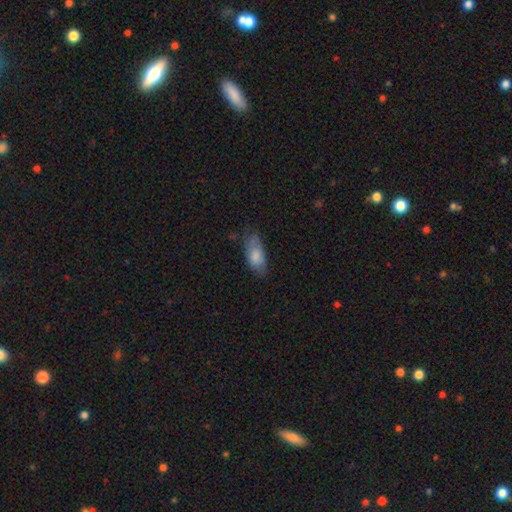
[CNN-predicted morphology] A smooth galaxy with no disk features (80%) that is in between round and cigar-shaped (85%).

Vote fractions:
- Smooth or featured? smooth: 80% / featured or disk: 13% / star or artifact: 7%
- How rounded? in between: 85% / cigar-shaped: 12% / round: 3%
- Merging? none: 59% / minor disturbance: 30% / major disturbance: 9% / merger: 2%